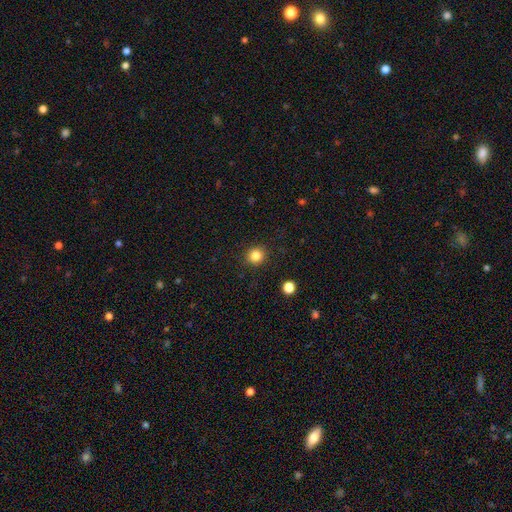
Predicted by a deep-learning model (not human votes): smooth-or-featured: smooth: 84% | star or artifact: 12% | featured or disk: 5%
  how-rounded: round: 90% | in between: 9% | cigar-shaped: 1%
  merging: none: 91% | minor disturbance: 6% | major disturbance: 2% | merger: 1%